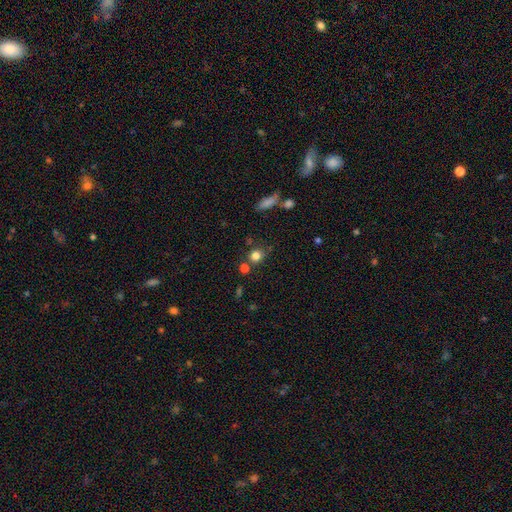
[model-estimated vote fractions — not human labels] A smooth galaxy with no disk features (79%) that is round (83%). Merging: none (66%).